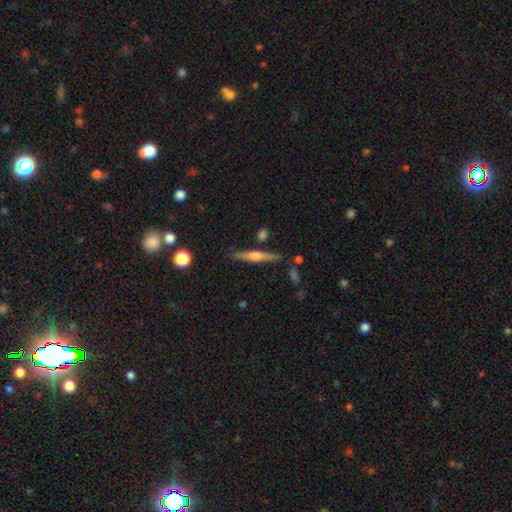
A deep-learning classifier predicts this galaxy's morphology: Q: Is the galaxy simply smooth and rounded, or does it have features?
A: featured or disk — 64%.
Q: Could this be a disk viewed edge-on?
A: yes — 97%.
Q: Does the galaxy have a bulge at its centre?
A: rounded — 84%.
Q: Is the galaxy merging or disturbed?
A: none — 85%.